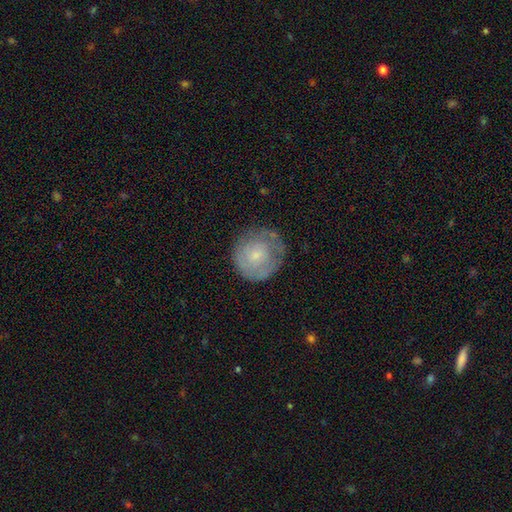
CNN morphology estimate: Smooth or featured? smooth (53%)
How rounded? round (91%)
Merging? none (69%)